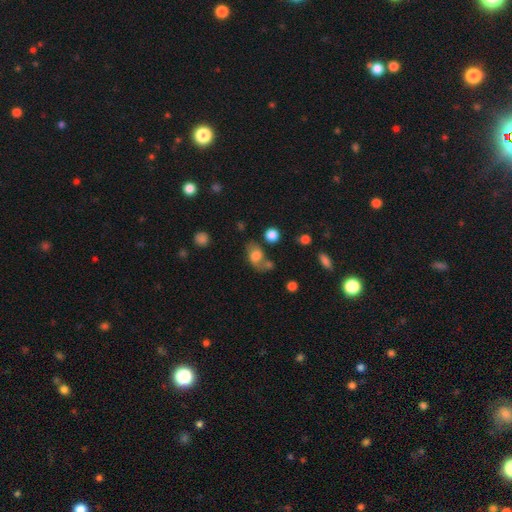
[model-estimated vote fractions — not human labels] Q: Smooth or featured?
A: smooth (65%); runner-up: featured or disk (23%)
Q: How rounded?
A: in between (70%); runner-up: round (27%)
Q: Merging?
A: none (44%); runner-up: minor disturbance (22%)